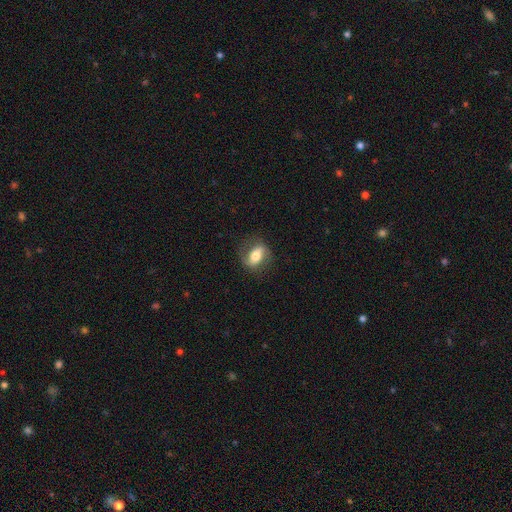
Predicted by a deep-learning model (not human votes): smooth 49%, featured or disk 44%, star or artifact 8%. Down the decision tree: merging — none (75%).